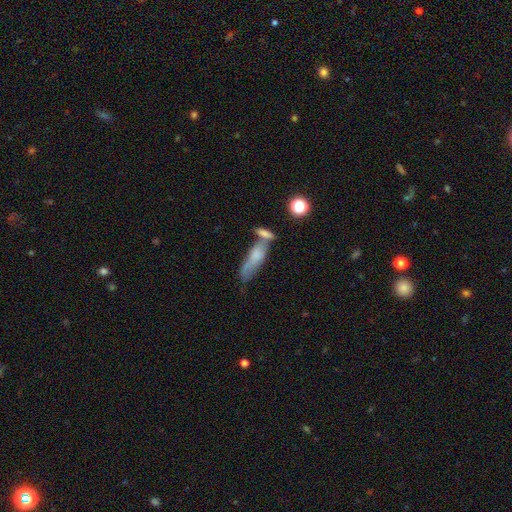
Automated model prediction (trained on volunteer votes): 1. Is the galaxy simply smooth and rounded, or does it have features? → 62% smooth, 29% featured or disk, 9% star or artifact.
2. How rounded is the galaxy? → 49% in between, 47% cigar-shaped, 4% round.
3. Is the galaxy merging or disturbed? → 42% merger, 29% none, 17% minor disturbance, 12% major disturbance.